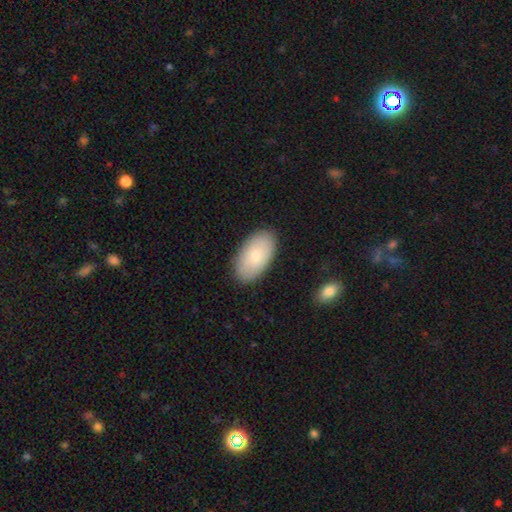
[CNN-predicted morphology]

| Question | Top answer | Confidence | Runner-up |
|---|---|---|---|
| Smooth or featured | smooth | 77% | featured or disk (17%) |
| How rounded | in between | 95% | round (3%) |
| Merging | none | 87% | minor disturbance (9%) |